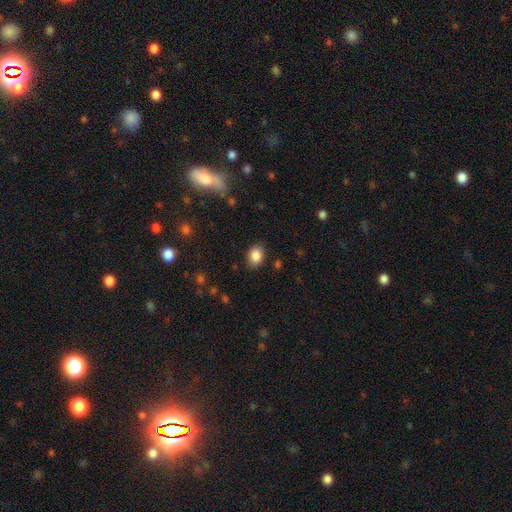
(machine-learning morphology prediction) This is clearly a smooth galaxy (86%). How rounded: likely in between (75%). Merging: clearly none (84%).